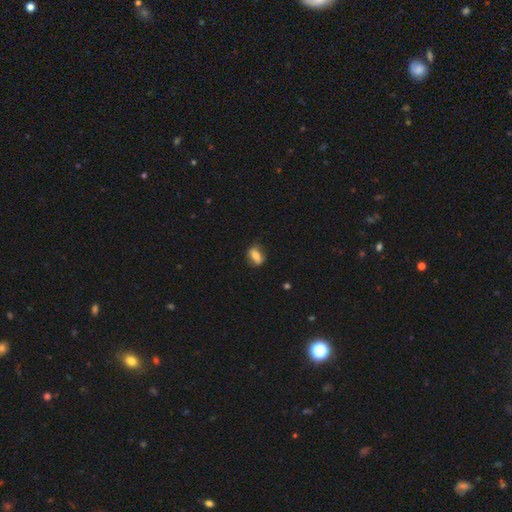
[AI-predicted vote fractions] Morphology: type=smooth (70%); roundness=in between (77%); merging=none (79%).